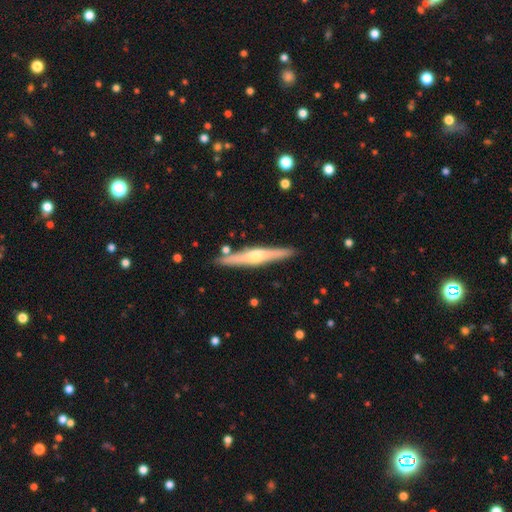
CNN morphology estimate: This appears to be a featured or disk galaxy (74%) viewed edge-on (97%) with a rounded central bulge (83%). Merging: none (87%).